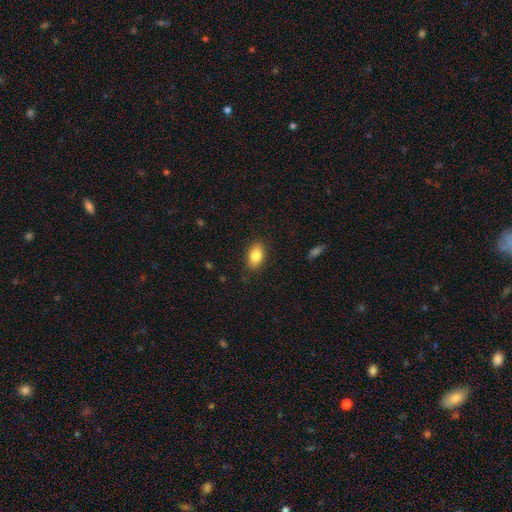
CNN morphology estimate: A smooth galaxy with no disk features (83%) that is in between round and cigar-shaped (88%). Merging: none (87%).